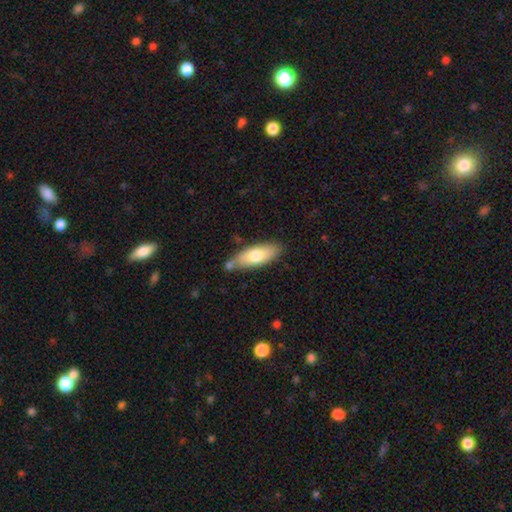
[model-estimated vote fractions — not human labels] Smooth or featured?
  - smooth: 70% *
  - featured or disk: 24%
  - star or artifact: 6%
How rounded?
  - in between: 67% *
  - cigar-shaped: 31%
  - round: 2%
Merging?
  - none: 68% *
  - minor disturbance: 17%
  - merger: 11%
  - major disturbance: 4%